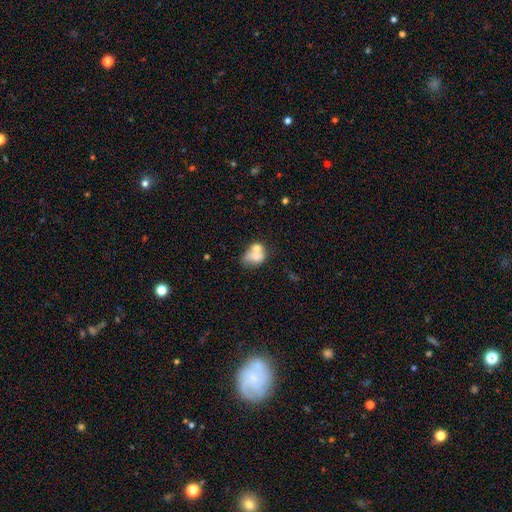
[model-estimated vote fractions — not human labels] A smooth galaxy with no disk features (62%) that is in between round and cigar-shaped (56%). Merging: merger (56%).